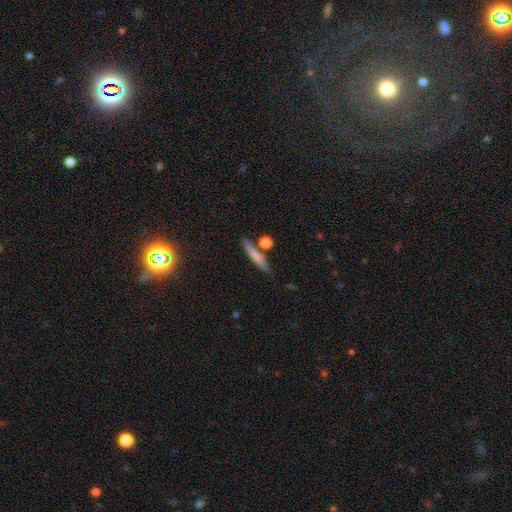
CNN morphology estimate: Smooth or featured? Predicted: smooth (p=0.71). How rounded? Predicted: cigar-shaped (p=0.88). Merging? Predicted: none (p=0.78).